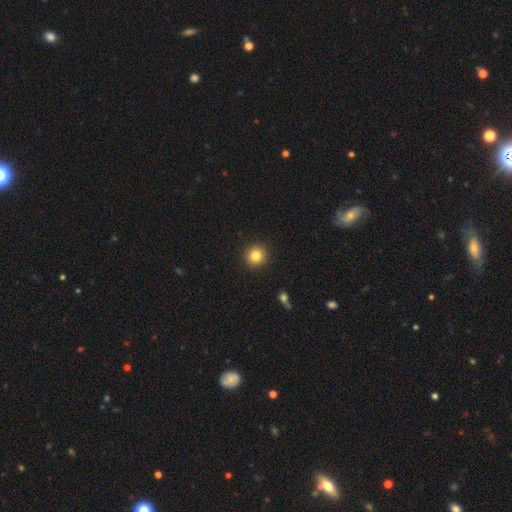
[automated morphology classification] Overall: smooth (84%). How rounded: round (93%). Merging: none (92%).